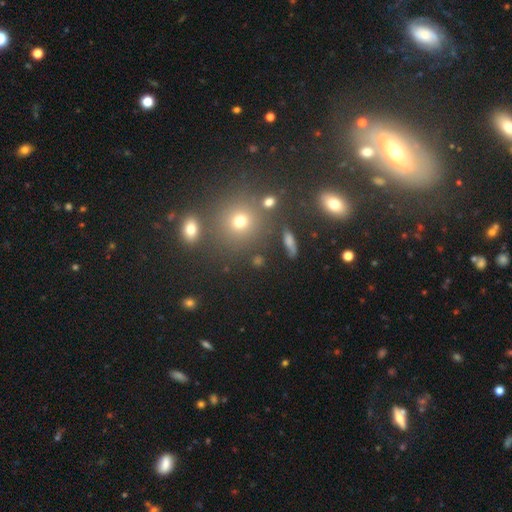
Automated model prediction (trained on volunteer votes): smooth_or_featured: smooth (p=0.49) [alt: star or artifact p=0.38]
merging: none (p=0.76) [alt: merger p=0.10]